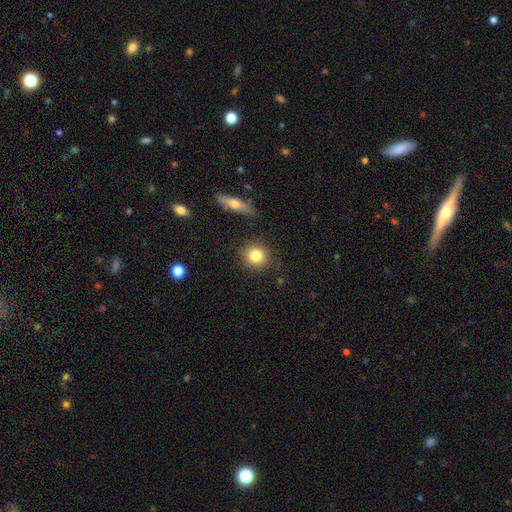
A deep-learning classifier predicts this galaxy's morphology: Smooth or featured? Predicted: smooth (p=0.81). How rounded? Predicted: round (p=0.89). Merging? Predicted: none (p=0.87).